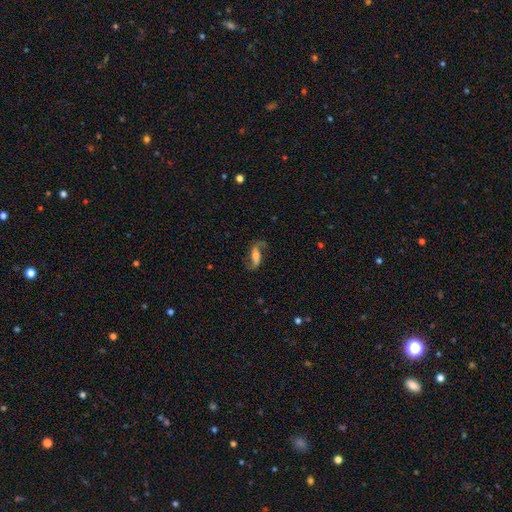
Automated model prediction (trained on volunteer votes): featured or disk 80%, smooth 13%, star or artifact 7%. Down the decision tree: edge-on disk — no (93%); bar — weak (37%); spiral arms — yes (95%); spiral arm count — 2 (91%); spiral winding — loose (73%); bulge size — moderate (40%); merging — none (74%).